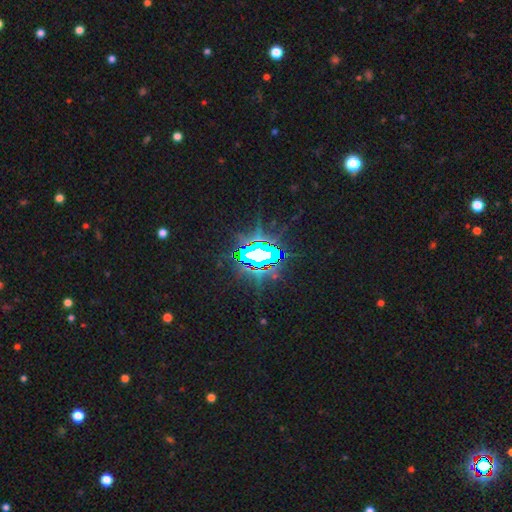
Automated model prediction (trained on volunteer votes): Morphology: type=star or artifact (78%).